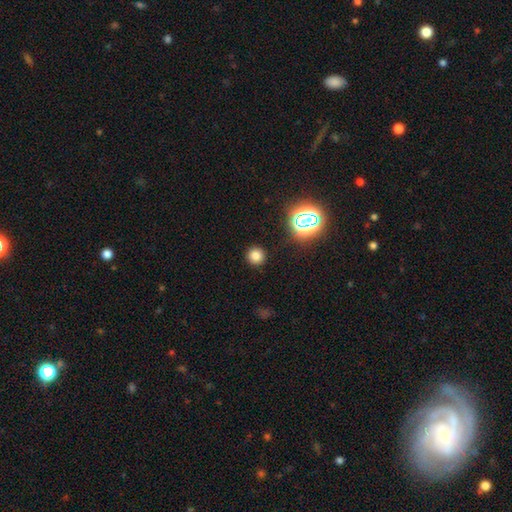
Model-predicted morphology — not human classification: Smooth or featured? Predicted: smooth (p=0.76). How rounded? Predicted: round (p=0.95). Merging? Predicted: none (p=0.91).